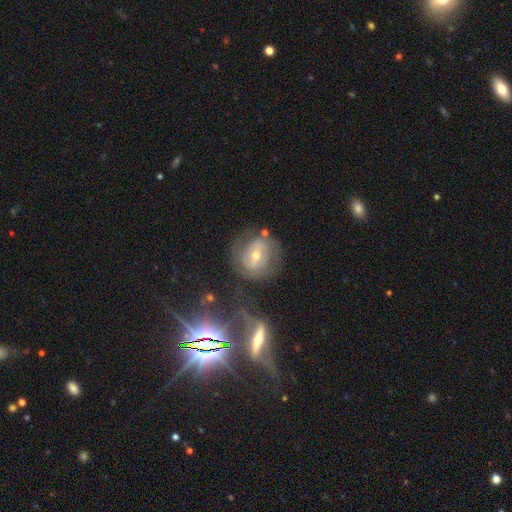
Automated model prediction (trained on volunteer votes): Morphology: type=featured or disk (63%); edge-on=no (94%); bar=weak (40%); spiral arms=yes (71%); bulge=moderate (55%); merging=none (62%).